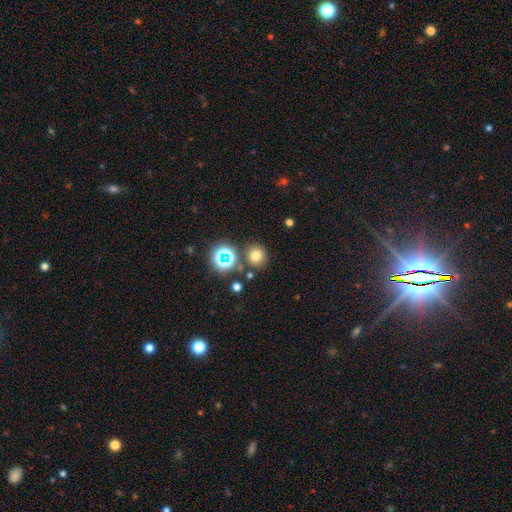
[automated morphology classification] This appears to be a smooth galaxy with no disk features (70%) that is round (87%). Merging: none (81%).